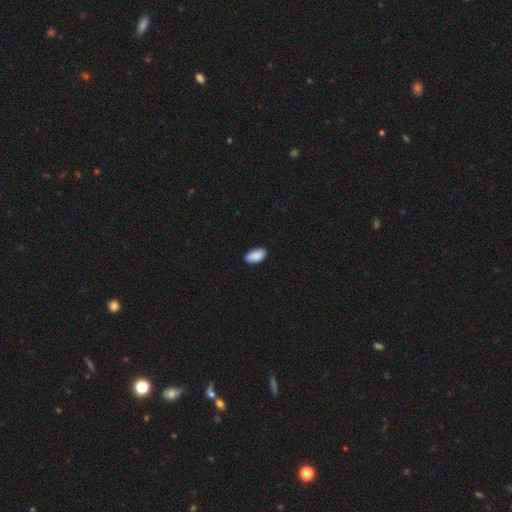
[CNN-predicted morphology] smooth 91%, star or artifact 6%, featured or disk 3%. Down the decision tree: how rounded — in between (95%); merging — none (88%).